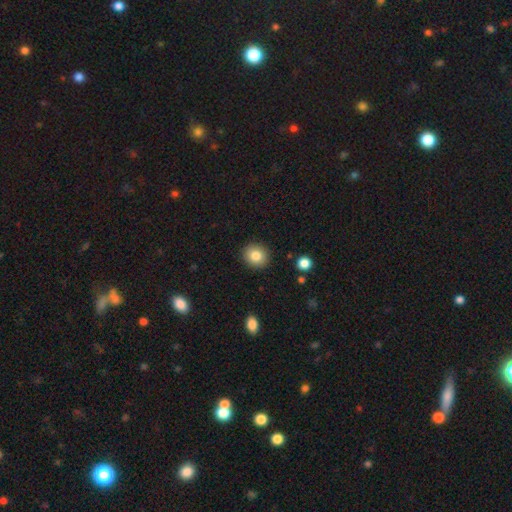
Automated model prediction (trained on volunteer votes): Morphology: type=smooth (83%); roundness=round (80%); merging=none (90%).